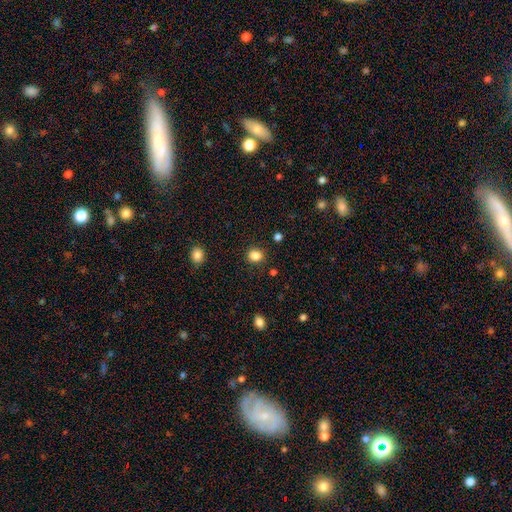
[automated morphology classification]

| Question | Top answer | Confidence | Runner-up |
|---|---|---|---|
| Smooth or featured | smooth | 85% | star or artifact (11%) |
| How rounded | round | 62% | in between (37%) |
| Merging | none | 86% | minor disturbance (9%) |